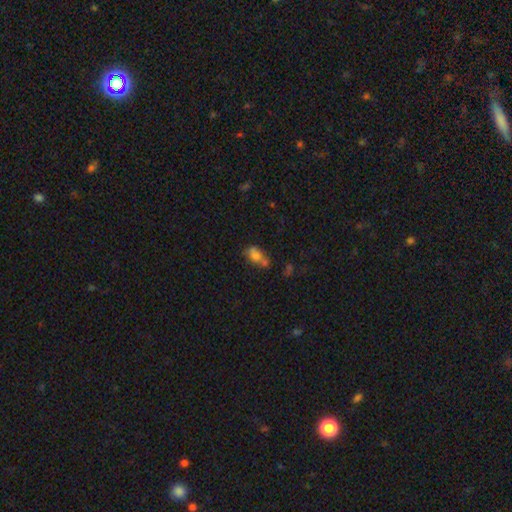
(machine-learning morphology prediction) Smooth or featured? Predicted: smooth (p=0.69). How rounded? Predicted: in between (p=0.81). Merging? Predicted: none (p=0.38).